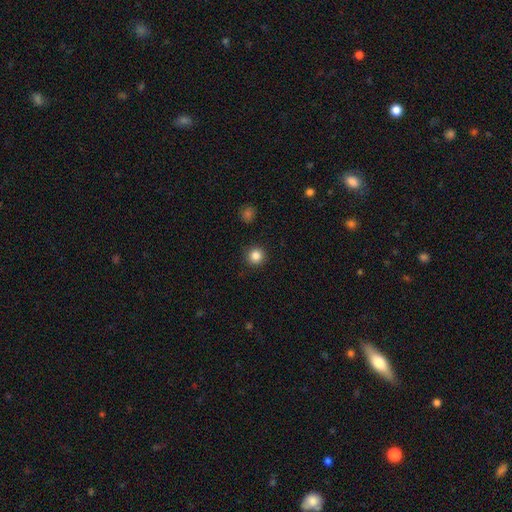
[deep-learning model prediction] smooth-or-featured: smooth: 85% | star or artifact: 11% | featured or disk: 4%
  how-rounded: round: 95% | in between: 4% | cigar-shaped: 1%
  merging: none: 92% | minor disturbance: 5% | major disturbance: 2% | merger: 1%